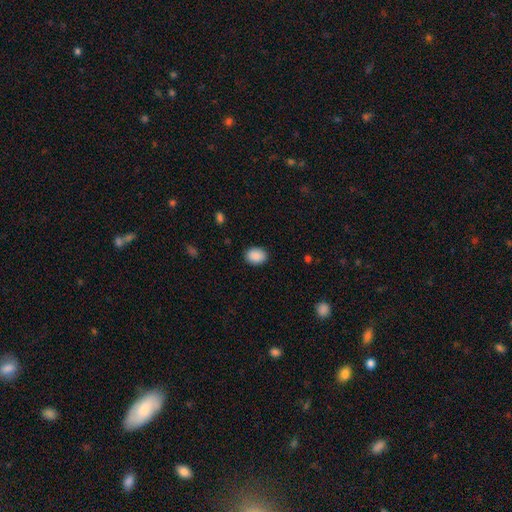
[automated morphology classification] Smooth or featured?
  - smooth: 90% *
  - star or artifact: 7%
  - featured or disk: 3%
How rounded?
  - in between: 64% *
  - round: 35%
  - cigar-shaped: 1%
Merging?
  - none: 88% *
  - minor disturbance: 8%
  - major disturbance: 2%
  - merger: 1%